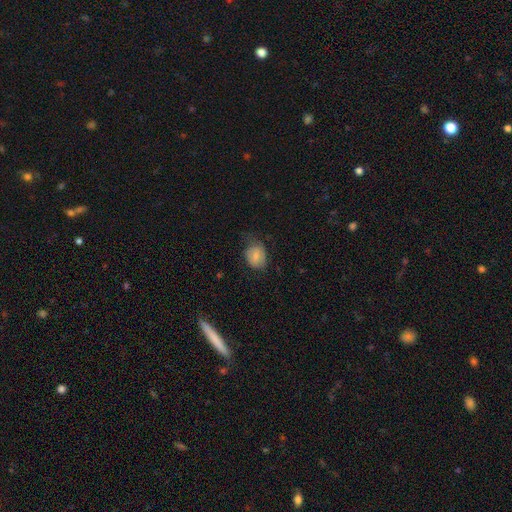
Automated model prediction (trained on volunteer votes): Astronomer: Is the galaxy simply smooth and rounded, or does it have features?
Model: smooth — 73%.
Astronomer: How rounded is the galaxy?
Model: in between — 55% (runner-up: round, 44%).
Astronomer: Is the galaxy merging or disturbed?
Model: none — 50% (runner-up: minor disturbance, 32%).